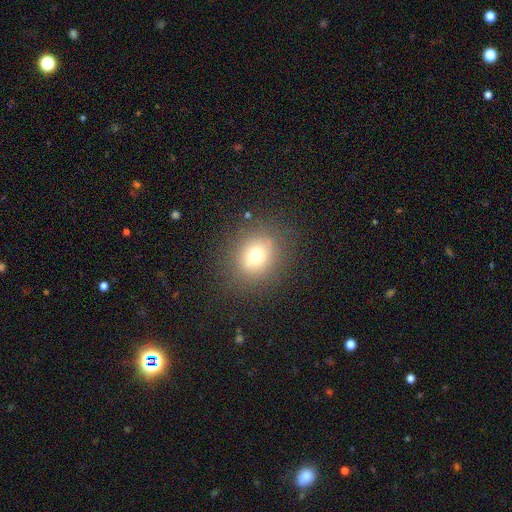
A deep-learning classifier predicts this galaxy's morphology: Smooth or featured? Predicted: smooth (p=0.68). How rounded? Predicted: round (p=0.74). Merging? Predicted: none (p=0.84).